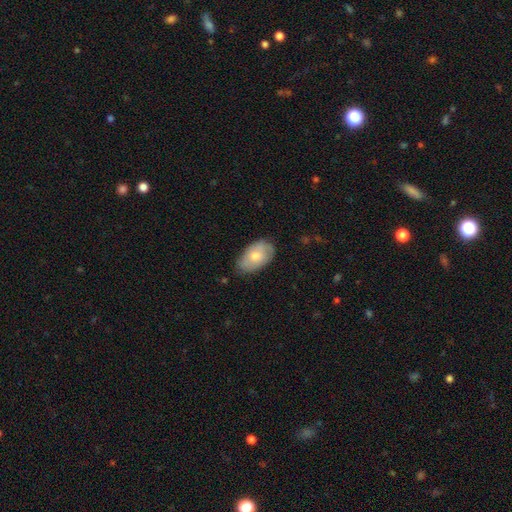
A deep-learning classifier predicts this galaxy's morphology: smooth-or-featured: smooth: 67% | featured or disk: 28% | star or artifact: 6%
  how-rounded: in between: 93% | round: 6% | cigar-shaped: 1%
  merging: none: 70% | minor disturbance: 24% | major disturbance: 4% | merger: 1%